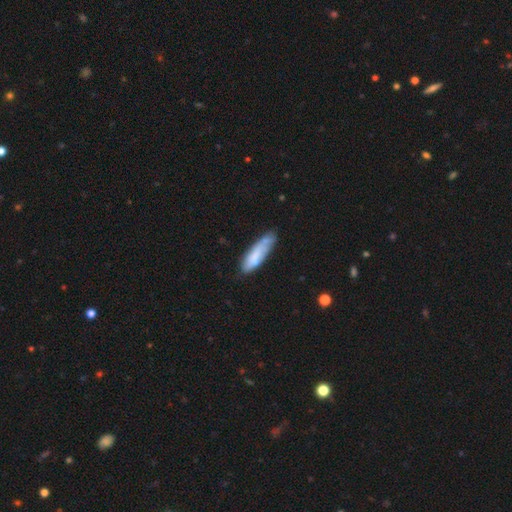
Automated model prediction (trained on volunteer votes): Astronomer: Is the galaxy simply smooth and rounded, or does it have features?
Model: smooth — 70%.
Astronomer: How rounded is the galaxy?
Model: cigar-shaped — 61% (runner-up: in between, 37%).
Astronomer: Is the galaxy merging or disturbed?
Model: none — 56%.